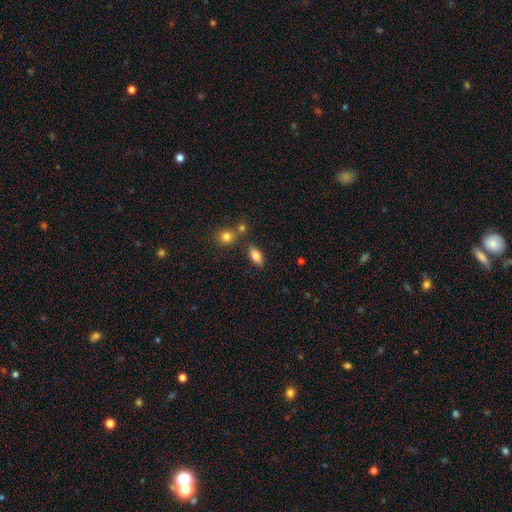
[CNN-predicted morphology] A smooth galaxy with no disk features (81%) that is in between round and cigar-shaped (88%). Merging: none (78%).